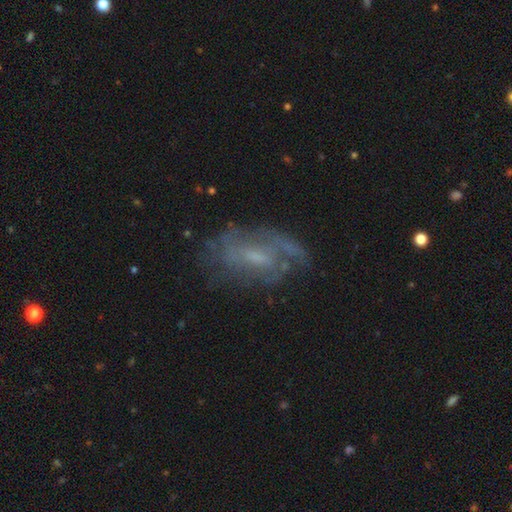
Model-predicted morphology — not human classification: This appears to be a featured or disk galaxy (70%) with no bar (45%, tied with weak), spiral arms (75%) and a small central bulge (51%). Merging: none (62%).